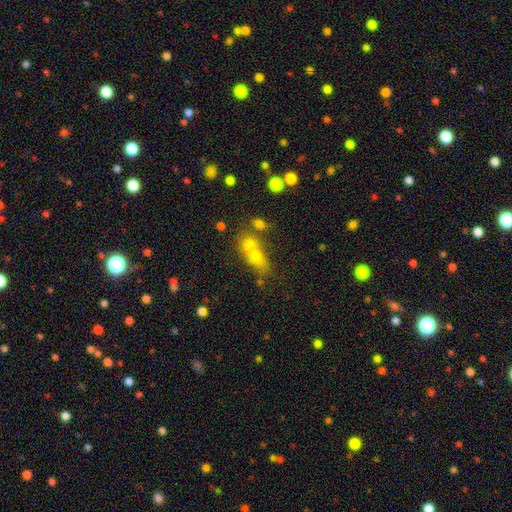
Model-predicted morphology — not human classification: A smooth galaxy with no disk features (66%) that is in between round and cigar-shaped (55%).

Vote fractions:
- Smooth or featured? smooth: 66% / featured or disk: 20% / star or artifact: 14%
- How rounded? in between: 55% / round: 37% / cigar-shaped: 8%
- Merging? merger: 59% / none: 28% / minor disturbance: 8% / major disturbance: 5%